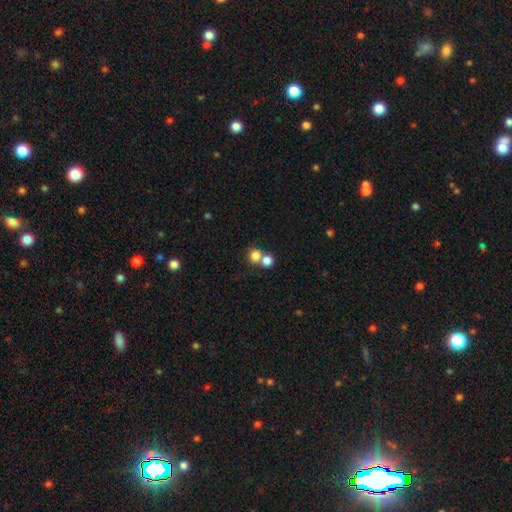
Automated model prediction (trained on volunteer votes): This is likely a smooth galaxy (80%). How rounded: likely round (79%). Merging: possibly merger (50%).